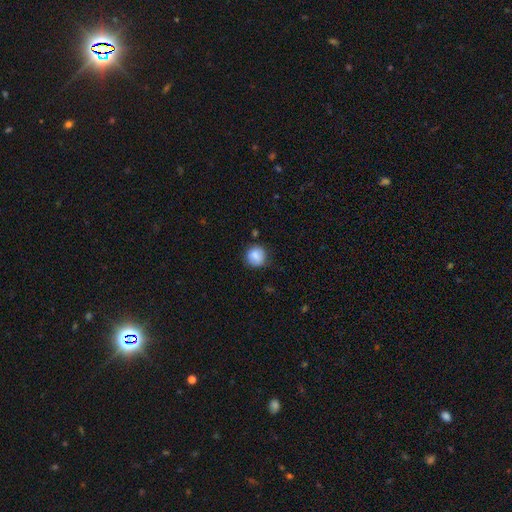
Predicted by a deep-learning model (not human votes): smooth 82%, featured or disk 9%, star or artifact 8%. Down the decision tree: how rounded — round (89%); merging — none (79%).